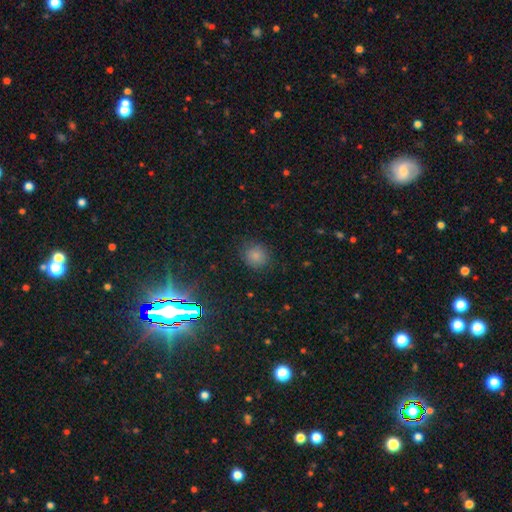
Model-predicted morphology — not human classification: A smooth galaxy with no disk features (80%) that is round (81%). Merging: none (83%).